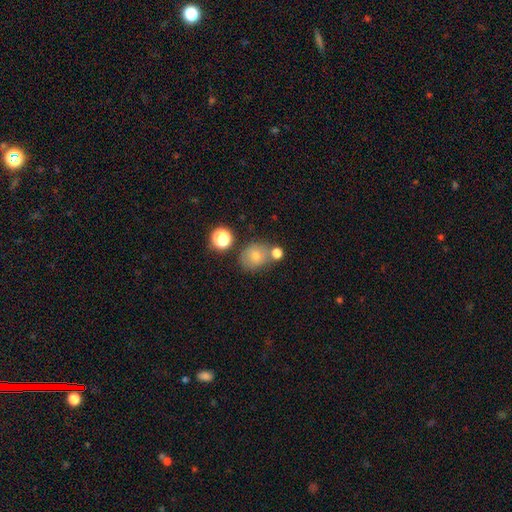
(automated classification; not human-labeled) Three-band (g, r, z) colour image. It shows a smooth galaxy with no disk features (72%) that is round (68%). Merging: none (58%).